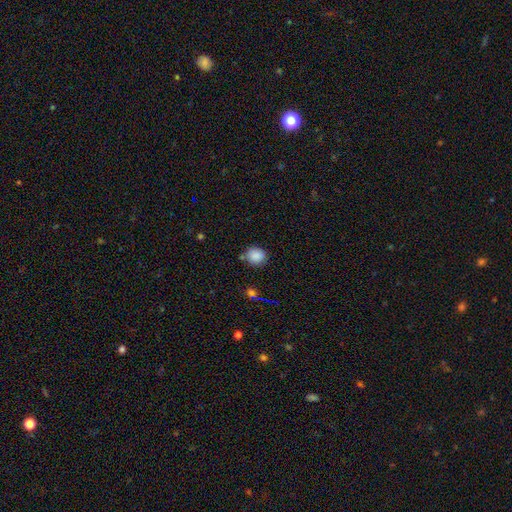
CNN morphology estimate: smooth-or-featured: smooth: 84% | star or artifact: 11% | featured or disk: 5%
  how-rounded: round: 78% | in between: 21% | cigar-shaped: 1%
  merging: none: 74% | minor disturbance: 15% | merger: 7% | major disturbance: 4%